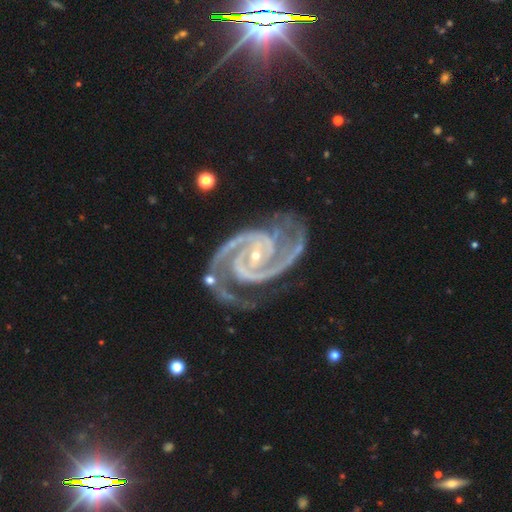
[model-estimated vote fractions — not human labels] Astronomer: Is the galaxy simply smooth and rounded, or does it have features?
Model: featured or disk — 95%.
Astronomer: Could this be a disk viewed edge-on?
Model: no — 98%.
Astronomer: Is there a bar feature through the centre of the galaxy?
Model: no — 44% (runner-up: weak, 31%).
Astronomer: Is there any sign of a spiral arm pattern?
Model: yes — 99%.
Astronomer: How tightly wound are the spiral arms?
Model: tight — 51% (runner-up: medium, 44%).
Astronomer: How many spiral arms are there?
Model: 2 — 88%.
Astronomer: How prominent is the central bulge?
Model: small — 83%.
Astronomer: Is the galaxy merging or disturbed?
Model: none — 69%.